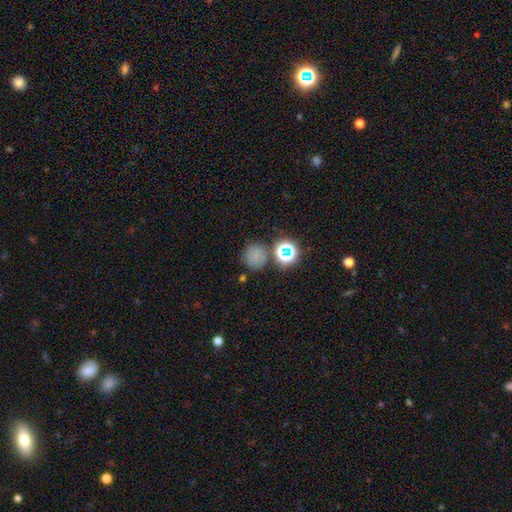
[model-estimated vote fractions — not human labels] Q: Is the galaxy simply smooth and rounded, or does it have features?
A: smooth — 68%.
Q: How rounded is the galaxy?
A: round — 89%.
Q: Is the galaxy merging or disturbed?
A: none — 71%.